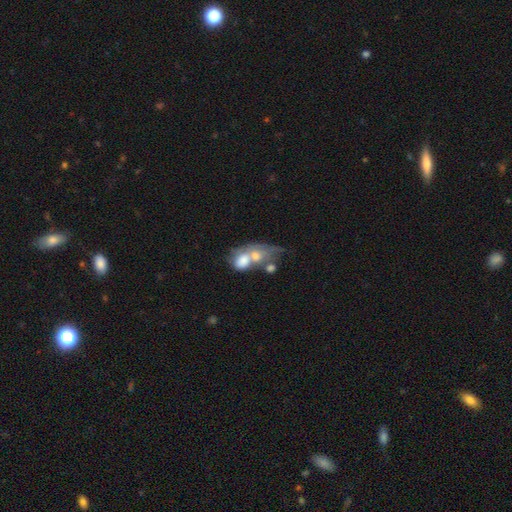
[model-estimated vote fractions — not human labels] Smooth or featured? smooth (56%)
How rounded? in between (74%)
Merging? merger (63%)